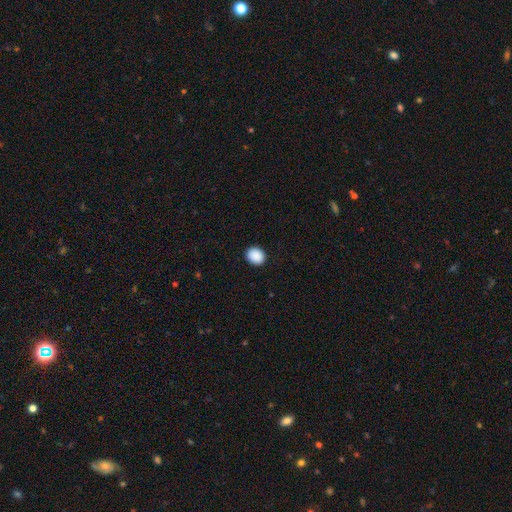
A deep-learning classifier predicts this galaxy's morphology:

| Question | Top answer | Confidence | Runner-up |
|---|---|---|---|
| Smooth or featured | smooth | 90% | star or artifact (8%) |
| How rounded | round | 69% | in between (30%) |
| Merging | none | 91% | minor disturbance (6%) |